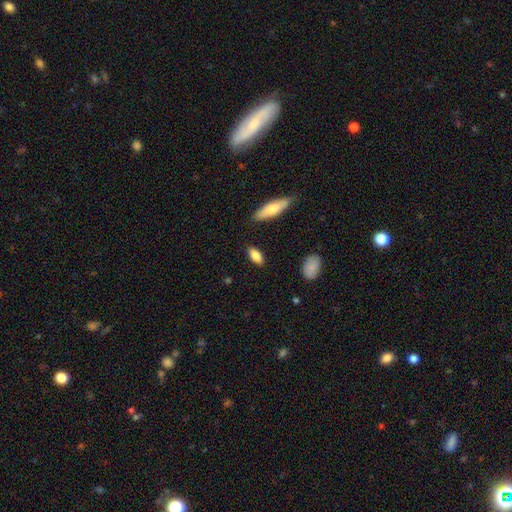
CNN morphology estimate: smooth_or_featured: smooth (p=0.82) [alt: featured or disk p=0.11]
how_rounded: in between (p=0.80) [alt: cigar-shaped p=0.17]
merging: none (p=0.85) [alt: minor disturbance p=0.10]